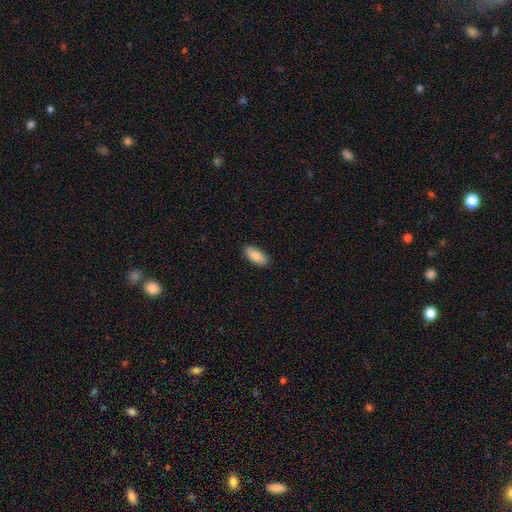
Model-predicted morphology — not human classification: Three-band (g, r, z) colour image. It shows a smooth galaxy with no disk features (87%) that is in between round and cigar-shaped (89%). Merging: none (89%).